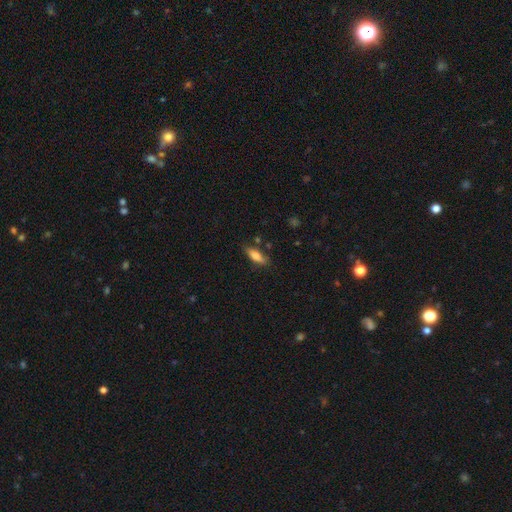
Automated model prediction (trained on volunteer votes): The model was most divided on "how rounded": in between: 62%, cigar-shaped: 35%, round: 2%. More confident: smooth or featured — smooth (75%); merging — none (75%).